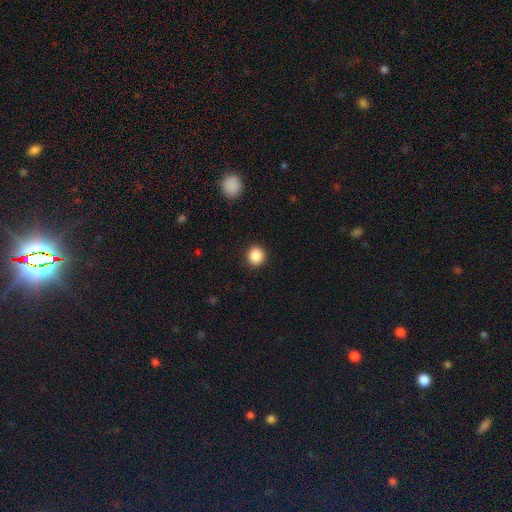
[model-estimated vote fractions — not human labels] Smooth or featured: smooth — 88% (star or artifact — 9%)
How rounded: round — 90% (in between — 9%)
Merging: none — 92% (minor disturbance — 5%)